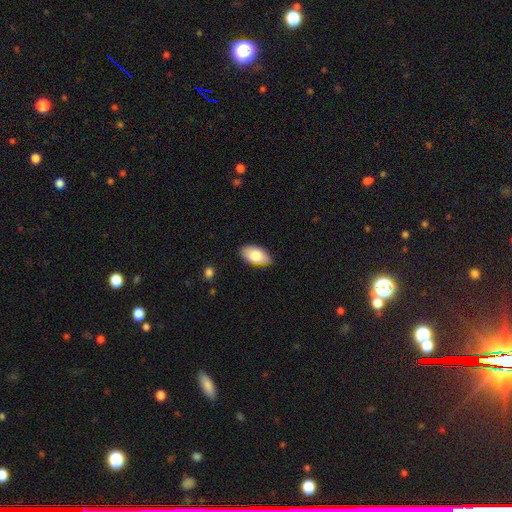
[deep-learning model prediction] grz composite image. It shows a smooth galaxy with no disk features (79%) that is in between round and cigar-shaped (94%). Merging: none (78%).